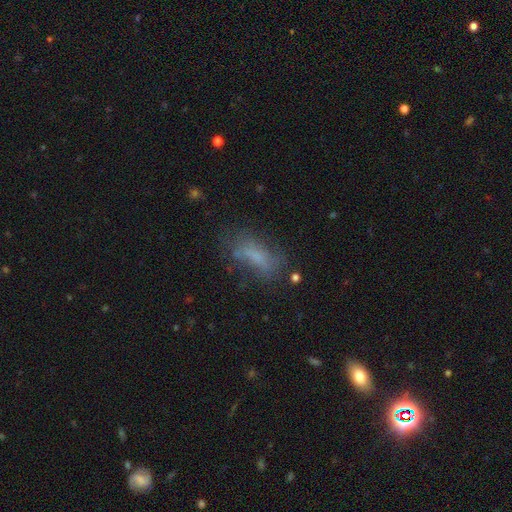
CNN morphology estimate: smooth_or_featured: smooth (p=0.61) [alt: featured or disk p=0.25]
how_rounded: in between (p=0.72) [alt: cigar-shaped p=0.23]
merging: none (p=0.54) [alt: minor disturbance p=0.24]